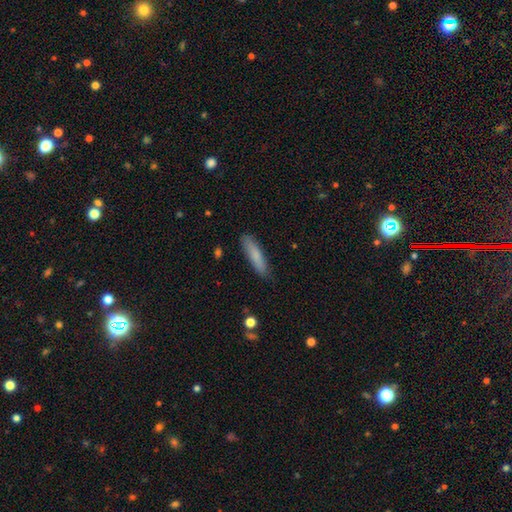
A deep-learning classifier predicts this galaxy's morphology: smooth-or-featured: smooth: 80% | featured or disk: 14% | star or artifact: 6%
  how-rounded: cigar-shaped: 78% | in between: 20% | round: 1%
  merging: none: 85% | minor disturbance: 12% | major disturbance: 2% | merger: 1%